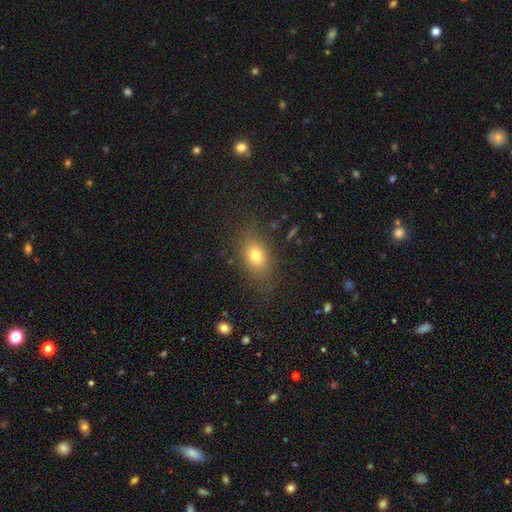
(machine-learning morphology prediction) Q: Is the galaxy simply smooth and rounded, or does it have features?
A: smooth — 74%.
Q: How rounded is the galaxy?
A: in between — 75%.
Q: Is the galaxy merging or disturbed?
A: none — 79%.